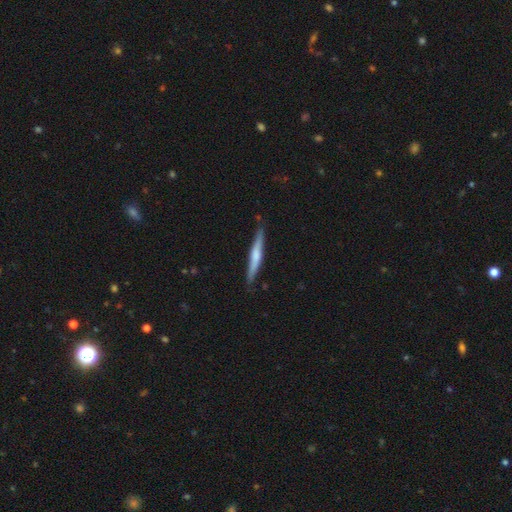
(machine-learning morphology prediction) A featured or disk galaxy (48%).

Vote fractions:
- Smooth or featured? featured or disk: 48% / smooth: 47% / star or artifact: 5%
- Merging? none: 86% / minor disturbance: 11% / major disturbance: 2% / merger: 2%